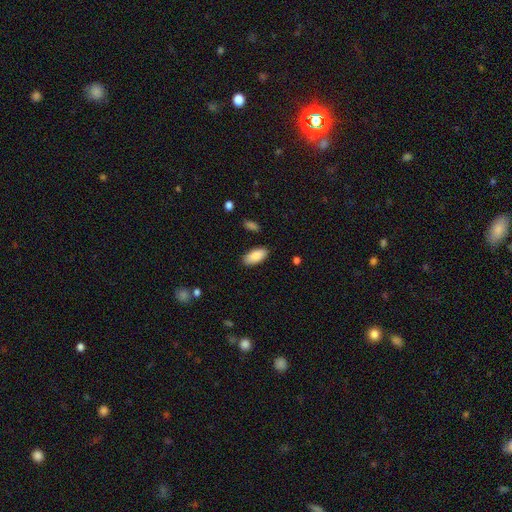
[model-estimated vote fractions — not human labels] Q: Smooth or featured?
A: smooth (88%); runner-up: star or artifact (6%)
Q: How rounded?
A: in between (91%); runner-up: cigar-shaped (7%)
Q: Merging?
A: none (87%); runner-up: minor disturbance (9%)